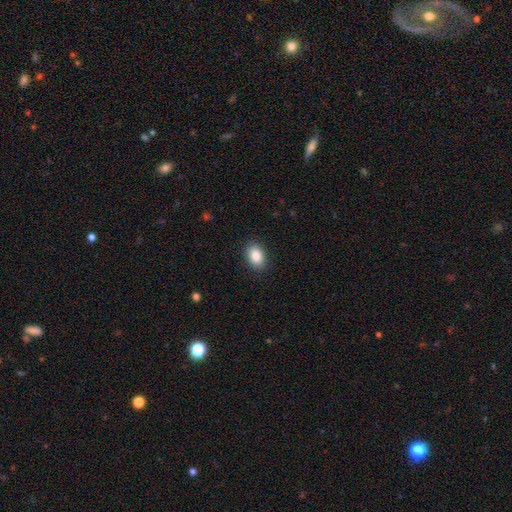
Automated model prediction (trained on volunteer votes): This is clearly a smooth galaxy (87%). How rounded: clearly in between (86%). Merging: clearly none (89%).